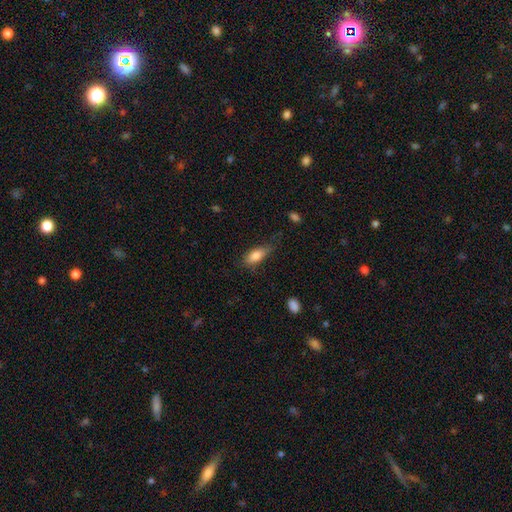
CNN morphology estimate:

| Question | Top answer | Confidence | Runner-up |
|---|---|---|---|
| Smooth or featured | smooth | 82% | featured or disk (11%) |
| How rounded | in between | 80% | cigar-shaped (17%) |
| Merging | none | 63% | minor disturbance (28%) |